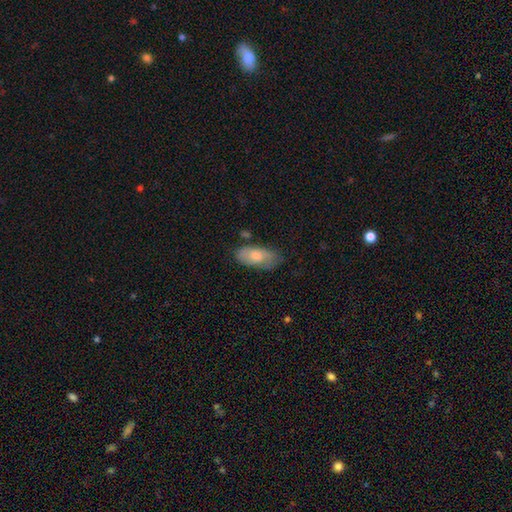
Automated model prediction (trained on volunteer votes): Overall: smooth (72%). How rounded: in between (89%). Merging: none (65%; minor disturbance 25%).